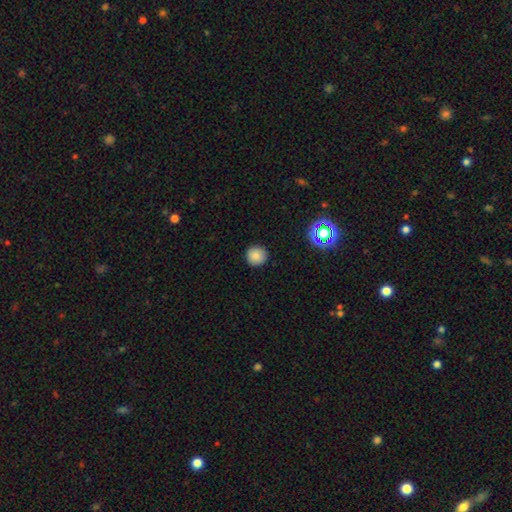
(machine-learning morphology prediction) Smooth or featured? smooth (83%)
How rounded? round (95%)
Merging? none (91%)